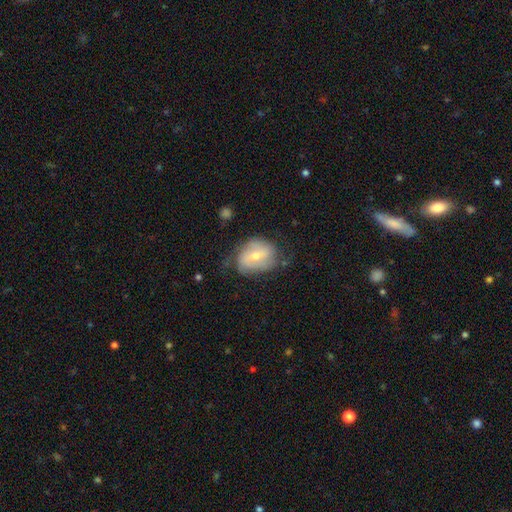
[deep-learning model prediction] Morphology: type=featured or disk (58%); edge-on=no (96%); bar=weak (45%); spiral arms=yes (78%); bulge=moderate (55%); merging=none (61%).